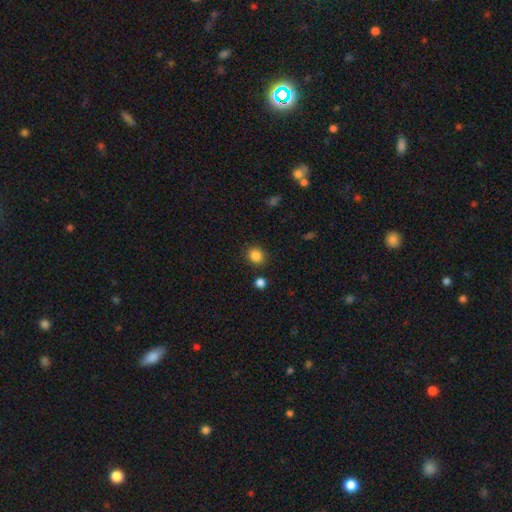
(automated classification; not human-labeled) This is clearly a smooth galaxy (86%). How rounded: likely round (79%). Merging: clearly none (87%).